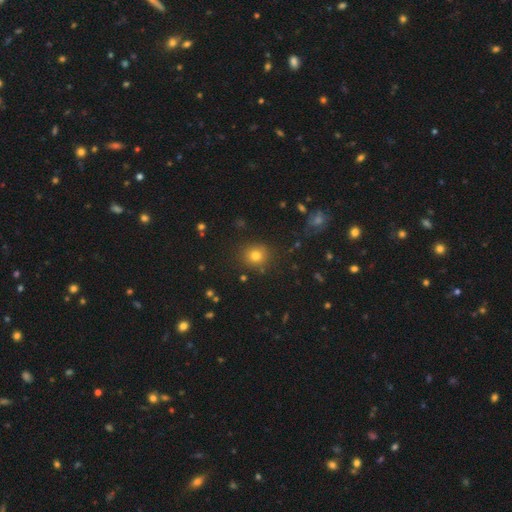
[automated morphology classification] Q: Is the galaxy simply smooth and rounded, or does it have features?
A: smooth — 77%.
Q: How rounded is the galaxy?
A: round — 83%.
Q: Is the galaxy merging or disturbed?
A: none — 87%.